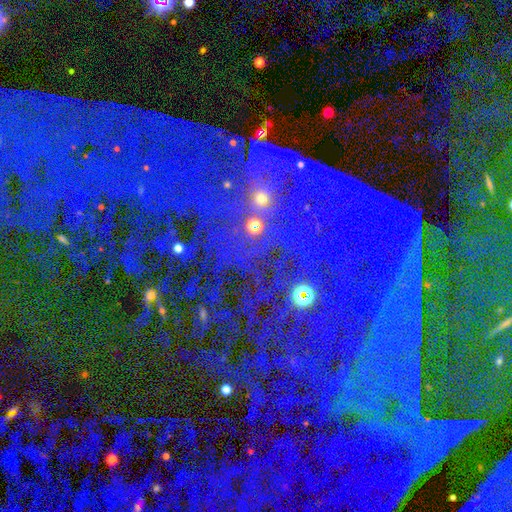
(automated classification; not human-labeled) This appears to be a star or artifact, not a galaxy (85%).